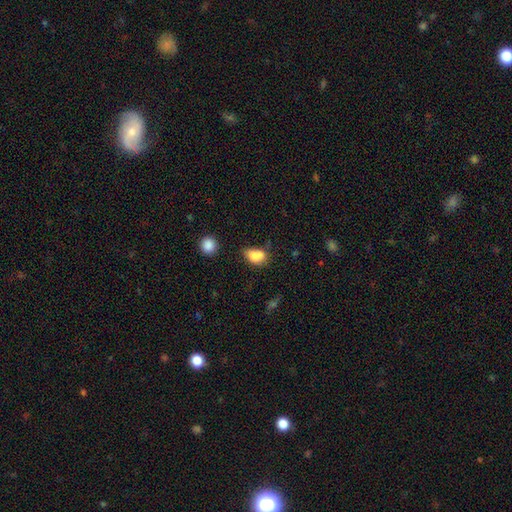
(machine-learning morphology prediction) The model was most divided on "merging": none: 38%, minor disturbance: 28%, merger: 23%, major disturbance: 11%. More confident: smooth or featured — smooth (79%); how rounded — in between (78%).